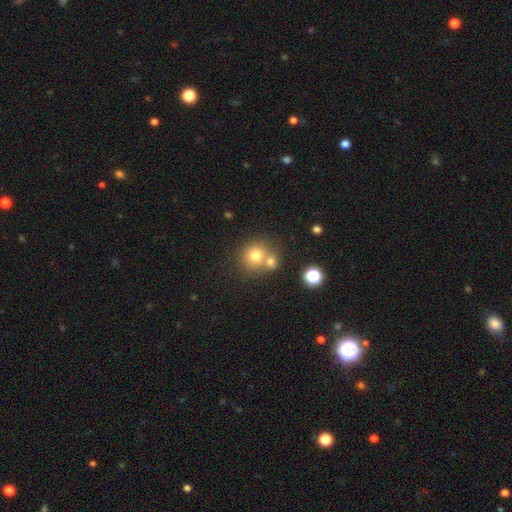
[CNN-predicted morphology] type=smooth (74%); roundness=round (85%); merging=none (50%).